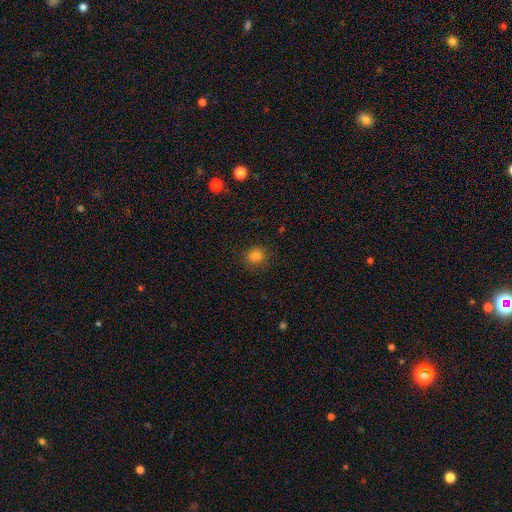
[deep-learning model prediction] smooth 82%, star or artifact 14%, featured or disk 5%. Down the decision tree: how rounded — round (77%); merging — none (86%).